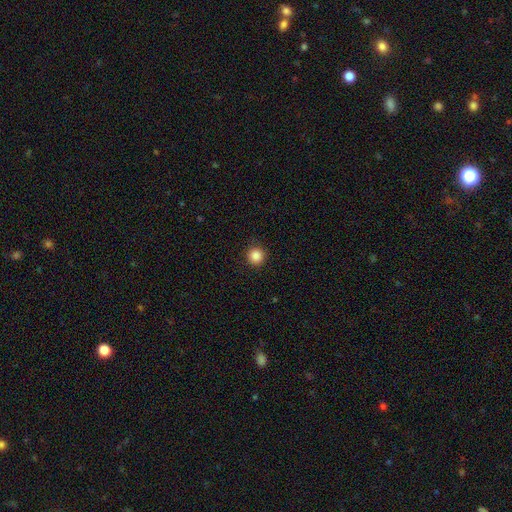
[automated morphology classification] A smooth galaxy with no disk features (87%) that is round (95%).

Vote fractions:
- Smooth or featured? smooth: 87% / star or artifact: 10% / featured or disk: 3%
- How rounded? round: 95% / in between: 4% / cigar-shaped: 1%
- Merging? none: 92% / minor disturbance: 5% / major disturbance: 2% / merger: 1%